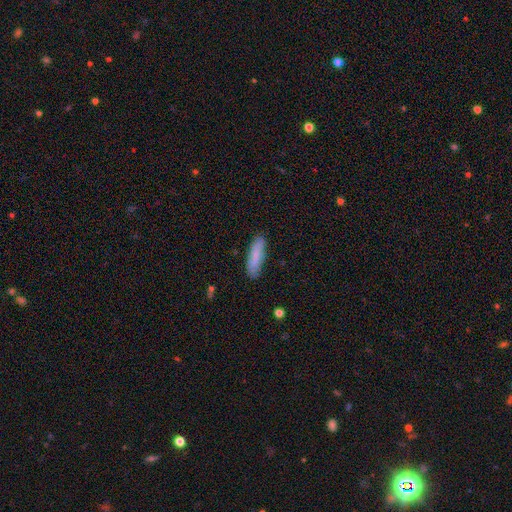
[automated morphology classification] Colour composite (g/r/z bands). It shows a smooth galaxy with no disk features (80%) that is cigar-shaped (65%). Merging: none (83%).